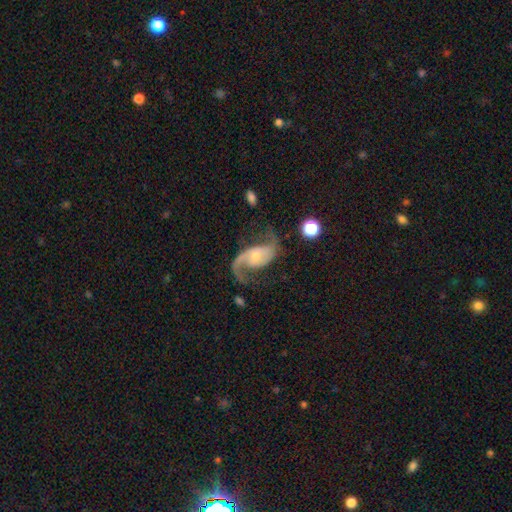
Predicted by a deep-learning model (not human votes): smooth-or-featured: featured or disk: 89% | smooth: 6% | star or artifact: 5%
  disk-edge-on: no: 97% | yes: 3%
    bar: no: 55% | weak: 33% | strong: 11%
    has-spiral-arms: yes: 97% | no: 3%
      spiral-winding: loose: 58% | medium: 35% | tight: 7%
      spiral-arm-count: 2: 87% | 1: 8% | can't tell: 2% | 3: 1% | 4: 1% | more than 4: 1%
    bulge-size: small: 54% | moderate: 36% | none: 4% | large: 4% | dominant: 1%
  merging: none: 62% | major disturbance: 18% | minor disturbance: 17% | merger: 3%